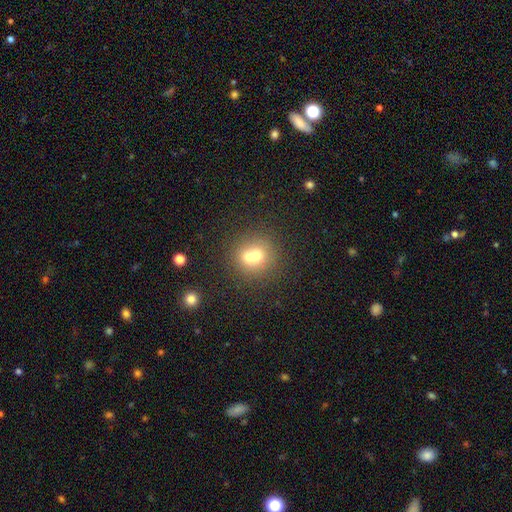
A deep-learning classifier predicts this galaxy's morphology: Smooth or featured? smooth (65%)
How rounded? round (86%)
Merging? merger (52%)